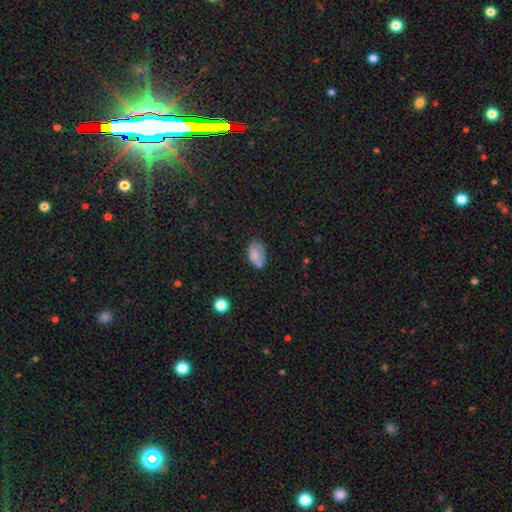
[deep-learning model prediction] A smooth galaxy with no disk features (75%) that is in between round and cigar-shaped (89%).

Vote fractions:
- Smooth or featured? smooth: 75% / featured or disk: 15% / star or artifact: 10%
- How rounded? in between: 89% / round: 9% / cigar-shaped: 2%
- Merging? none: 56% / minor disturbance: 27% / major disturbance: 9% / merger: 8%